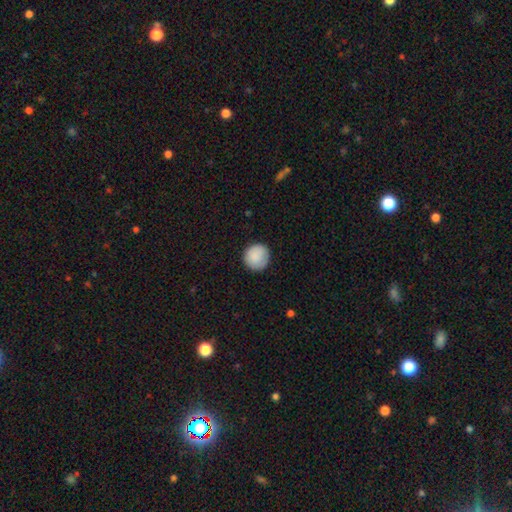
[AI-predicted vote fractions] Smooth or featured? smooth (89%)
How rounded? round (93%)
Merging? none (87%)